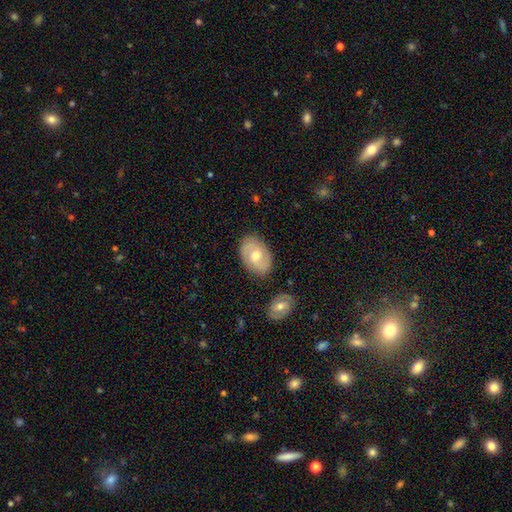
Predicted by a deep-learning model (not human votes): The model was most divided on "bar": no: 51%, weak: 40%, strong: 9%. More confident: edge-on disk — no (94%); merging — none (81%); spiral arms — yes (77%); bulge size — moderate (73%); smooth or featured — featured or disk (59%).